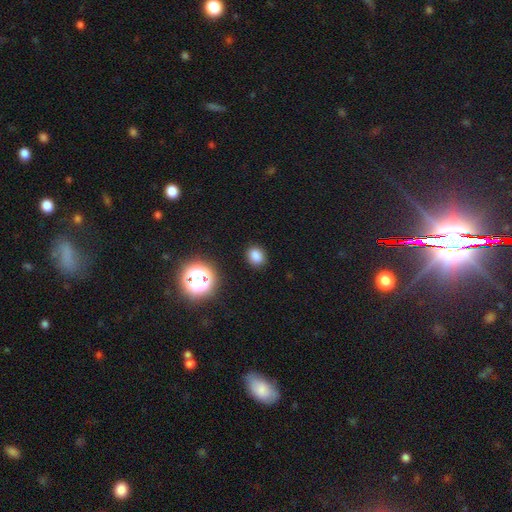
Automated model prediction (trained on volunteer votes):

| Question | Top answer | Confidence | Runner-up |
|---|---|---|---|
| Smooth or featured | smooth | 79% | star or artifact (15%) |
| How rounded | round | 54% | in between (45%) |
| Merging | none | 88% | minor disturbance (8%) |